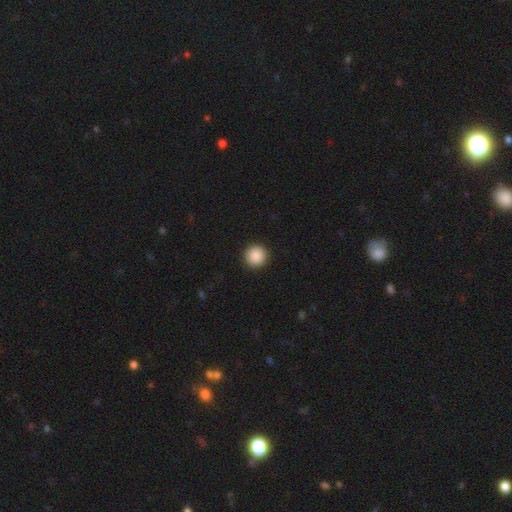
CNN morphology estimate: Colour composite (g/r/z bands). It shows a smooth galaxy with no disk features (89%) that is round (96%). Merging: none (93%).